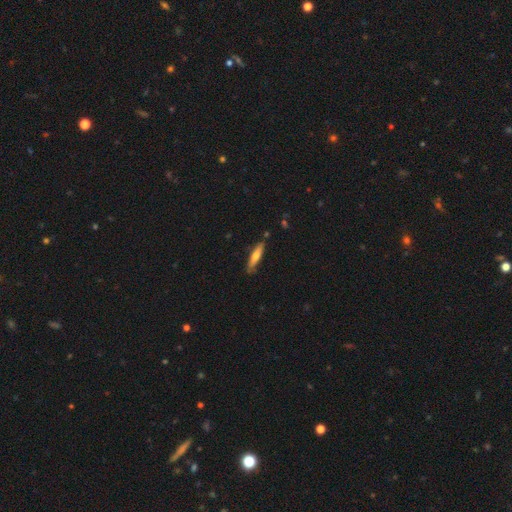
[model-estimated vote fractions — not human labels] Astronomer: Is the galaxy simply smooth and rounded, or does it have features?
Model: smooth — 61%.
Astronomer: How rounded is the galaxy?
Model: cigar-shaped — 82%.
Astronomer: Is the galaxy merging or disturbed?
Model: none — 81%.